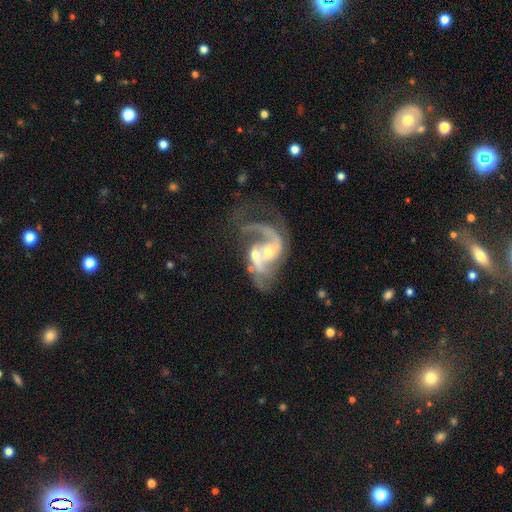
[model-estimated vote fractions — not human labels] Q: Smooth or featured?
A: featured or disk (84%); runner-up: smooth (10%)
Q: Edge-on disk?
A: no (97%); runner-up: yes (3%)
Q: Bar?
A: no (55%); runner-up: weak (34%)
Q: Spiral arms?
A: yes (88%); runner-up: no (12%)
Q: Spiral winding?
A: loose (52%); runner-up: medium (37%)
Q: Spiral arm count?
A: 2 (49%); runner-up: 1 (31%)
Q: Bulge size?
A: moderate (53%); runner-up: small (36%)
Q: Merging?
A: merger (45%); runner-up: major disturbance (25%)